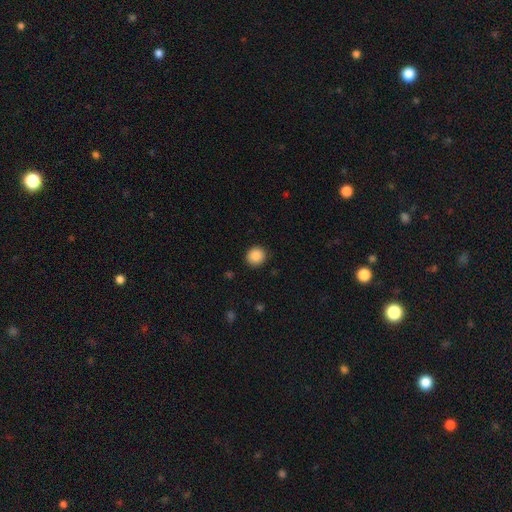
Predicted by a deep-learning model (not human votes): This is clearly a smooth galaxy (88%). How rounded: clearly round (90%). Merging: clearly none (90%).